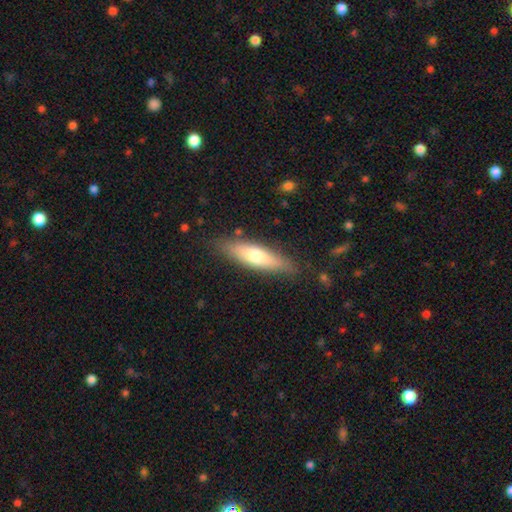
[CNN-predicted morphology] smooth 63%, featured or disk 32%, star or artifact 6%. Down the decision tree: how rounded — cigar-shaped (68%); merging — none (84%).